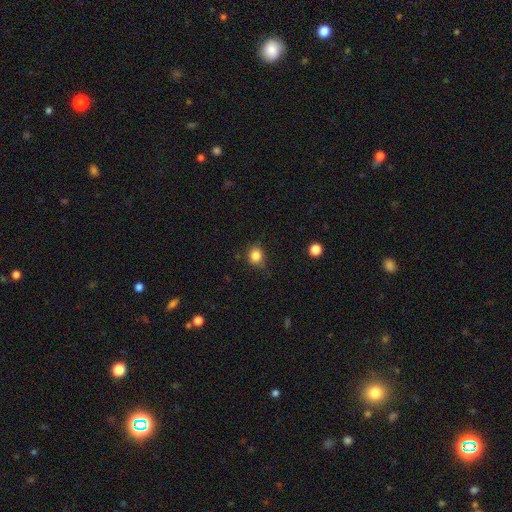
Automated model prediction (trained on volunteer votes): This is clearly a smooth galaxy (84%). How rounded: clearly round (81%). Merging: likely none (76%).